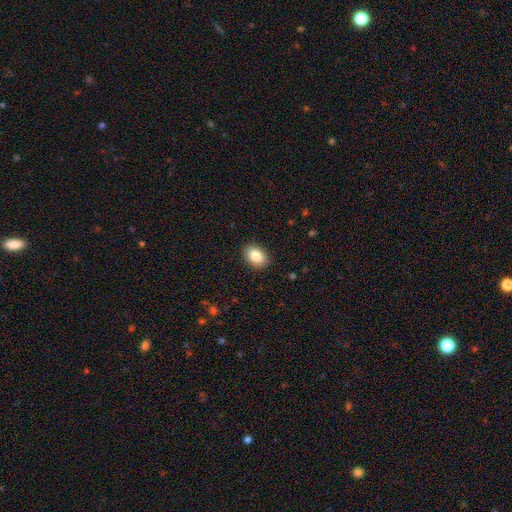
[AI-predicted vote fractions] smooth_or_featured: smooth (p=0.88) [alt: star or artifact p=0.07]
how_rounded: in between (p=0.82) [alt: round p=0.17]
merging: none (p=0.89) [alt: minor disturbance p=0.08]